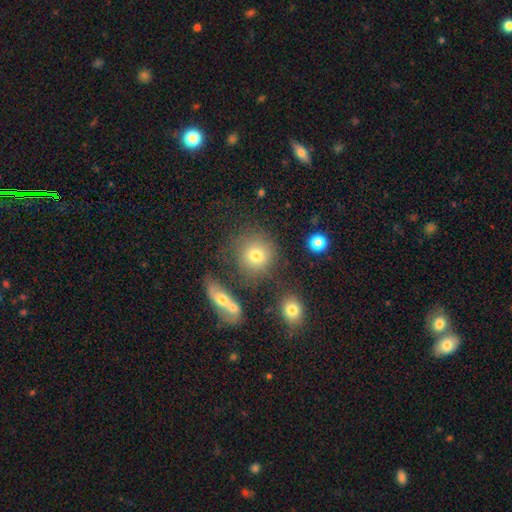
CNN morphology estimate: smooth 74%, star or artifact 14%, featured or disk 12%. Down the decision tree: how rounded — round (86%); merging — none (69%).